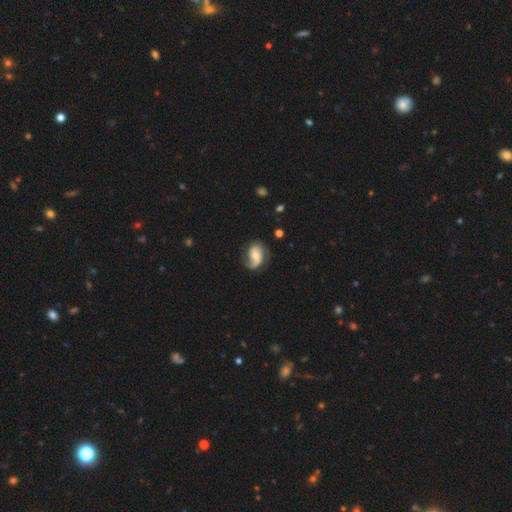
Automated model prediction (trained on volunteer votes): smooth_or_featured: featured or disk (p=0.76) [alt: smooth p=0.18]
disk_edge_on: no (p=0.97) [alt: yes p=0.03]
bar: no (p=0.55) [alt: weak p=0.35]
has_spiral_arms: yes (p=0.94) [alt: no p=0.06]
spiral_winding: medium (p=0.42) [alt: loose p=0.34]
spiral_arm_count: 2 (p=0.60) [alt: 1 p=0.32]
bulge_size: moderate (p=0.48) [alt: small p=0.42]
merging: none (p=0.63) [alt: minor disturbance p=0.22]